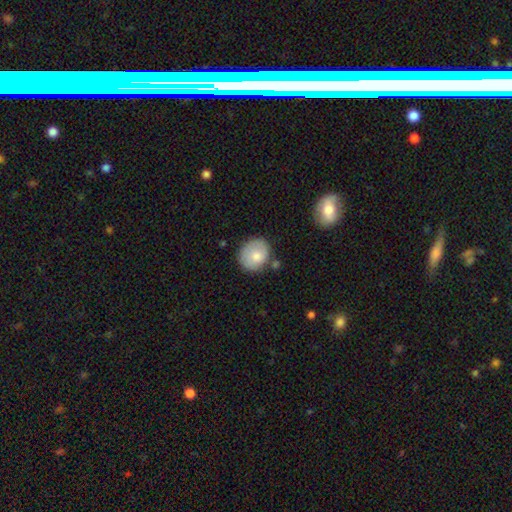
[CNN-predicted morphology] A smooth galaxy with no disk features (76%) that is round (75%).

Vote fractions:
- Smooth or featured? smooth: 76% / featured or disk: 17% / star or artifact: 7%
- How rounded? round: 75% / in between: 24% / cigar-shaped: 1%
- Merging? none: 70% / minor disturbance: 19% / merger: 6% / major disturbance: 5%